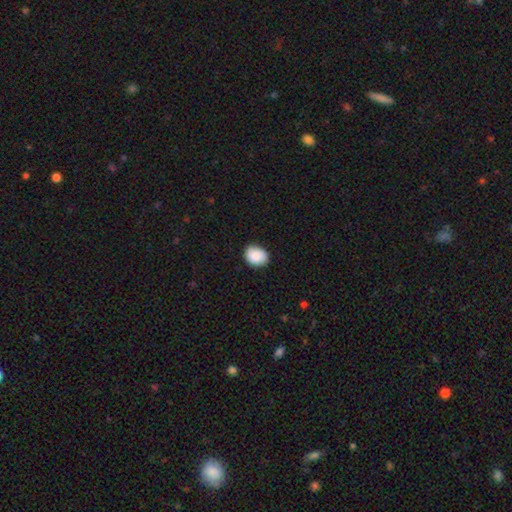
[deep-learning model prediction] This is clearly a smooth galaxy (86%). How rounded: possibly in between (52%). Merging: clearly none (82%).